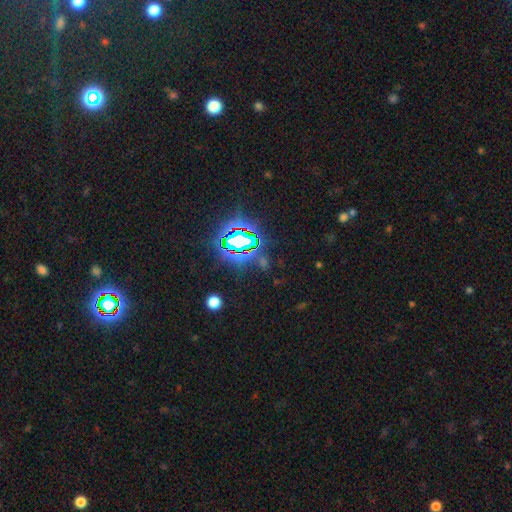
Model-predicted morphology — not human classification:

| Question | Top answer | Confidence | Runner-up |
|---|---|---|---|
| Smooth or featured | star or artifact | 82% | smooth (11%) |